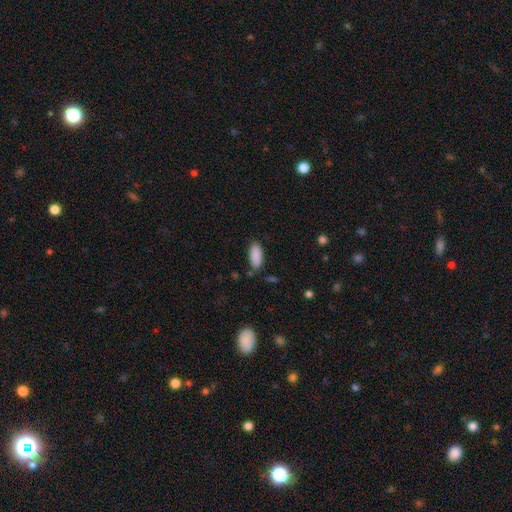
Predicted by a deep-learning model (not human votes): Morphology: type=smooth (89%); roundness=in between (84%); merging=none (81%).